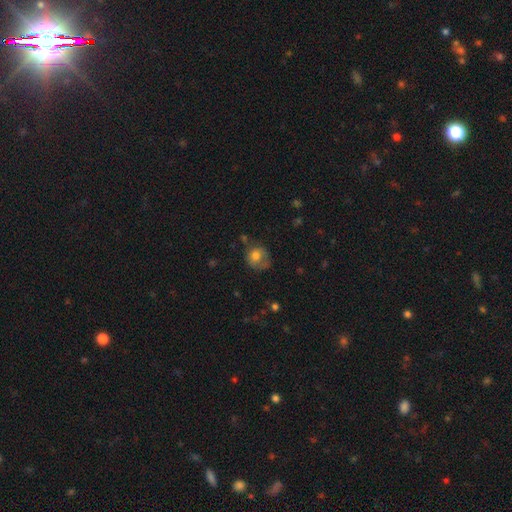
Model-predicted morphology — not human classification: Smooth or featured? smooth (68%)
How rounded? round (75%)
Merging? none (49%)